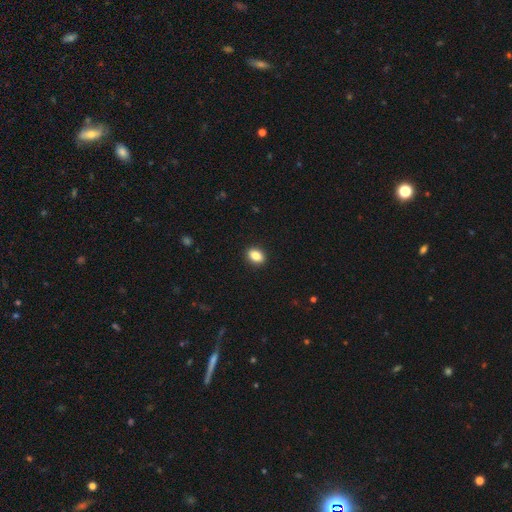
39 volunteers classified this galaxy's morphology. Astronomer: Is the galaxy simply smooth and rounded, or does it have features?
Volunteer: smooth — 87%.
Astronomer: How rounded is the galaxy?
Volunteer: in between — 76%.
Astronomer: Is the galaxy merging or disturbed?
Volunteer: none — 94%.